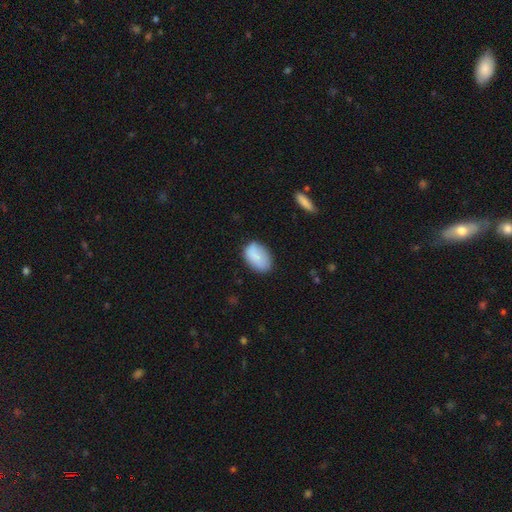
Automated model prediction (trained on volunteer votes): Smooth or featured? Predicted: smooth (p=0.85). How rounded? Predicted: in between (p=0.88). Merging? Predicted: none (p=0.72).